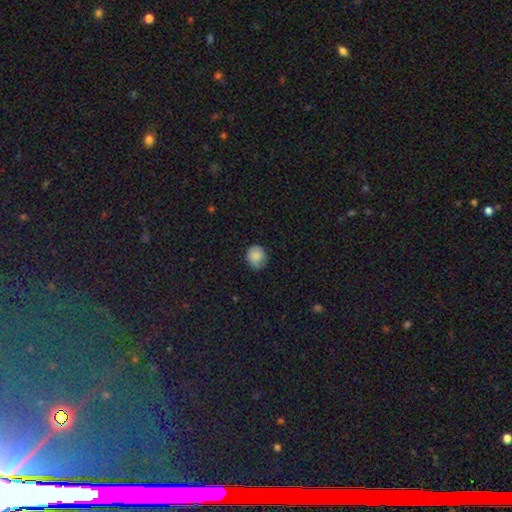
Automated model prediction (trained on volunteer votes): A smooth galaxy with no disk features (85%) that is round (81%).

Vote fractions:
- Smooth or featured? smooth: 85% / star or artifact: 8% / featured or disk: 7%
- How rounded? round: 81% / in between: 19% / cigar-shaped: 1%
- Merging? none: 71% / minor disturbance: 23% / major disturbance: 4% / merger: 1%